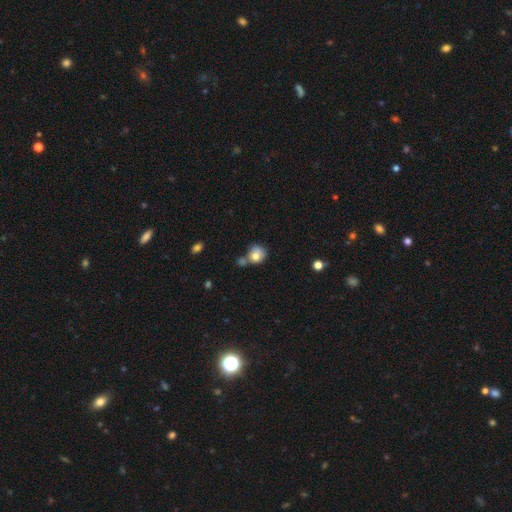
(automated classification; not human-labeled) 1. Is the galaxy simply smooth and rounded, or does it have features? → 78% smooth, 12% featured or disk, 10% star or artifact.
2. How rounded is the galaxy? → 80% round, 19% in between, 1% cigar-shaped.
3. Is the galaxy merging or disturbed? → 48% none, 27% merger, 18% minor disturbance, 7% major disturbance.